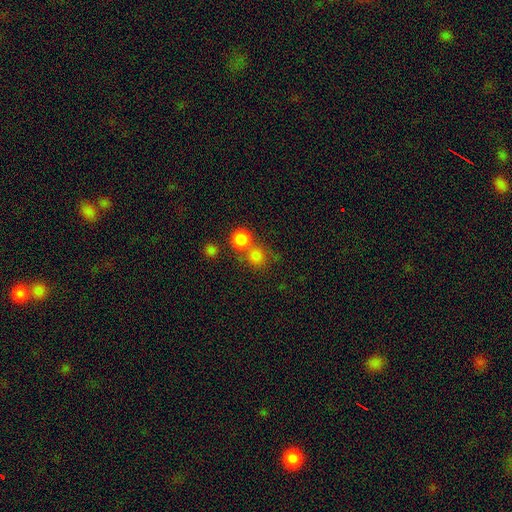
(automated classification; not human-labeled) The model was most divided on "merging": none: 52%, merger: 37%, minor disturbance: 7%, major disturbance: 4%. More confident: how rounded — round (87%); smooth or featured — smooth (79%).